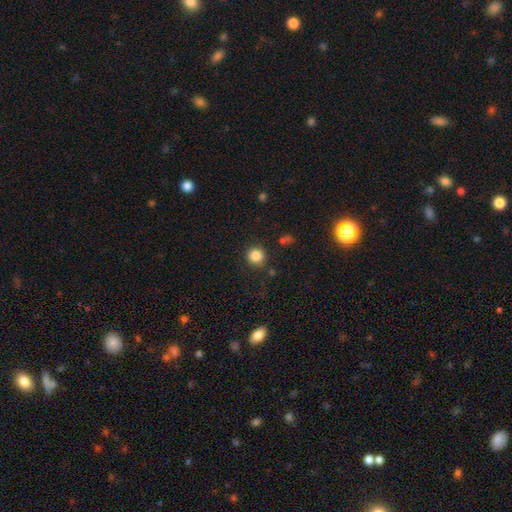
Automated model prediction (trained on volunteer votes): The model was most divided on "smooth or featured": smooth: 85%, star or artifact: 11%, featured or disk: 5%. More confident: how rounded — round (93%); merging — none (87%).